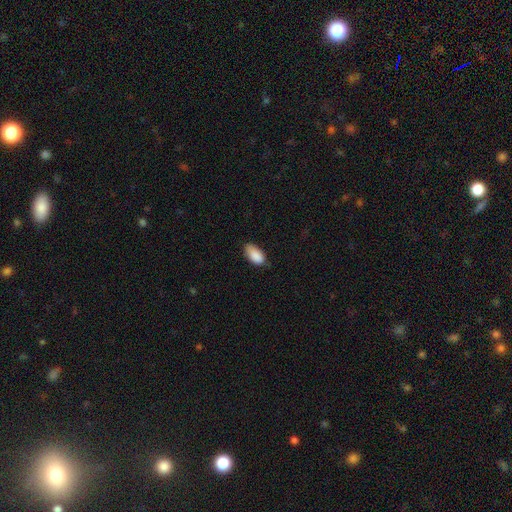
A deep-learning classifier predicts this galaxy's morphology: A smooth galaxy with no disk features (88%) that is in between round and cigar-shaped (94%). Merging: none (65%).